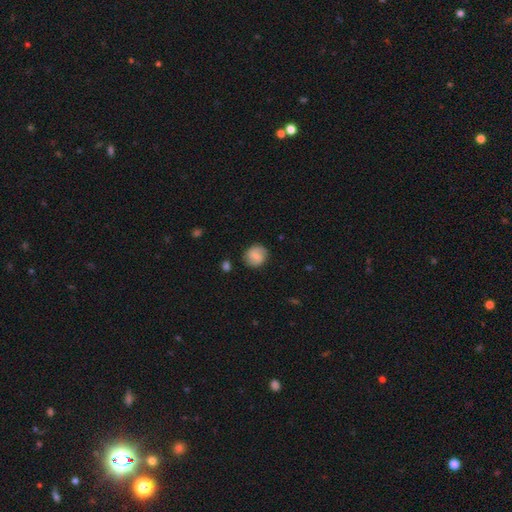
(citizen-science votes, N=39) Smooth or featured? smooth (67%)
How rounded? round (69%)
Merging? none (94%)